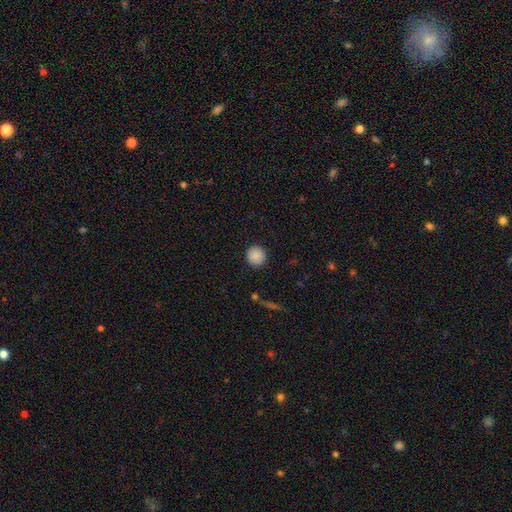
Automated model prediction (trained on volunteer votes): Smooth or featured? smooth (89%)
How rounded? round (94%)
Merging? none (92%)